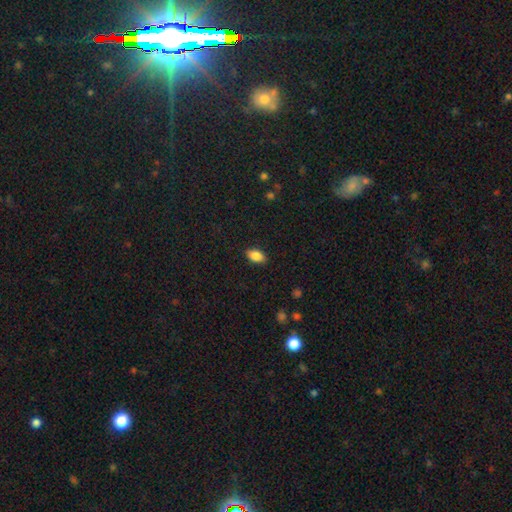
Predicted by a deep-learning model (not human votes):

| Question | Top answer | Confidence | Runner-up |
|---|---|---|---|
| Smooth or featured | smooth | 86% | star or artifact (8%) |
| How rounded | in between | 91% | round (6%) |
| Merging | none | 87% | minor disturbance (10%) |